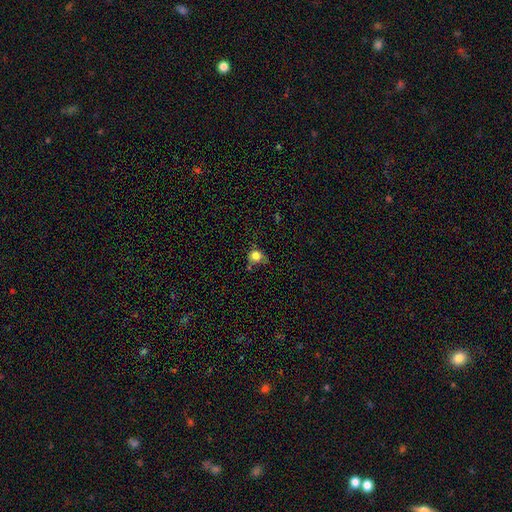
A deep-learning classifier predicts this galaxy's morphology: Smooth or featured? Predicted: smooth (p=0.81). How rounded? Predicted: round (p=0.79). Merging? Predicted: none (p=0.52).